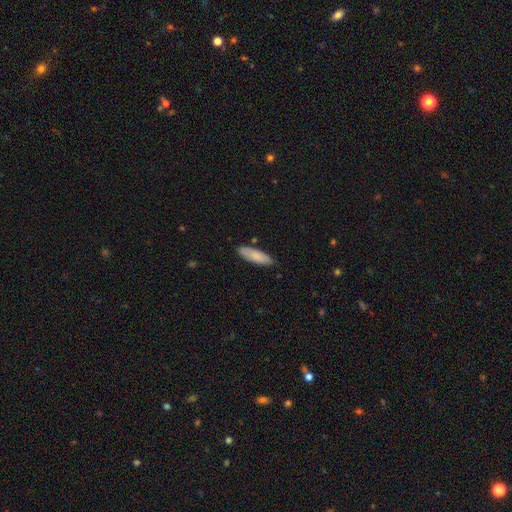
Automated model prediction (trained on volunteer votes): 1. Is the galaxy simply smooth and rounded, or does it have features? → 84% smooth, 11% featured or disk, 5% star or artifact.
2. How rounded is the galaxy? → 50% in between, 48% cigar-shaped, 1% round.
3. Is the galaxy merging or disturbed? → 81% none, 15% minor disturbance, 2% major disturbance, 2% merger.